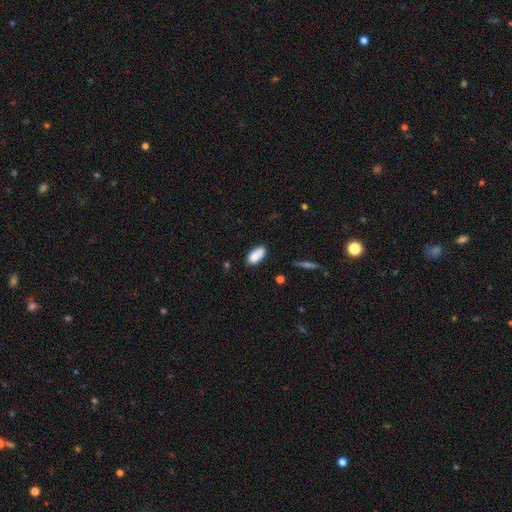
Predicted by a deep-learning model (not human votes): Smooth or featured?
  - smooth: 83% *
  - featured or disk: 9%
  - star or artifact: 8%
How rounded?
  - in between: 92% *
  - cigar-shaped: 5%
  - round: 3%
Merging?
  - none: 67% *
  - minor disturbance: 20%
  - merger: 8%
  - major disturbance: 4%